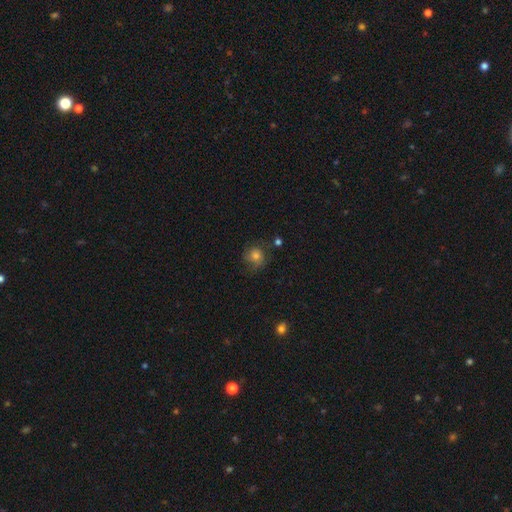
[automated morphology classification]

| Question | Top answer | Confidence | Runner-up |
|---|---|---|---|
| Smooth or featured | smooth | 62% | featured or disk (25%) |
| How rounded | round | 83% | in between (16%) |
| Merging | none | 64% | minor disturbance (22%) |